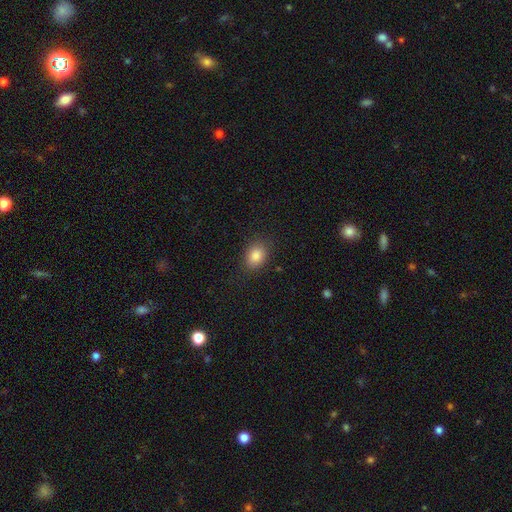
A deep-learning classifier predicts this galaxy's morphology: Smooth or featured: smooth — 84% (star or artifact — 10%)
How rounded: in between — 63% (round — 36%)
Merging: none — 85% (minor disturbance — 11%)